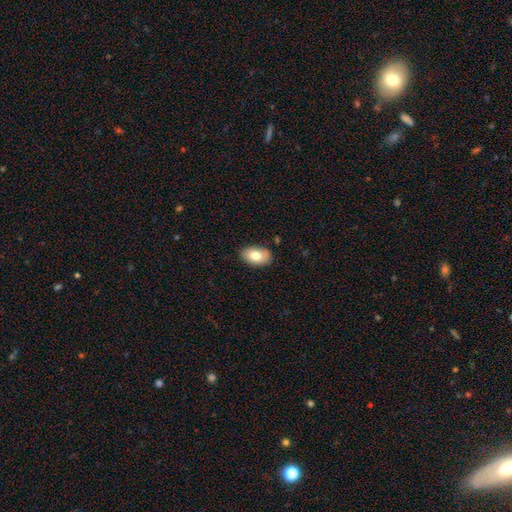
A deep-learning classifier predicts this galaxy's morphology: Smooth or featured: smooth — 78% (featured or disk — 14%)
How rounded: in between — 91% (round — 8%)
Merging: none — 83% (minor disturbance — 14%)